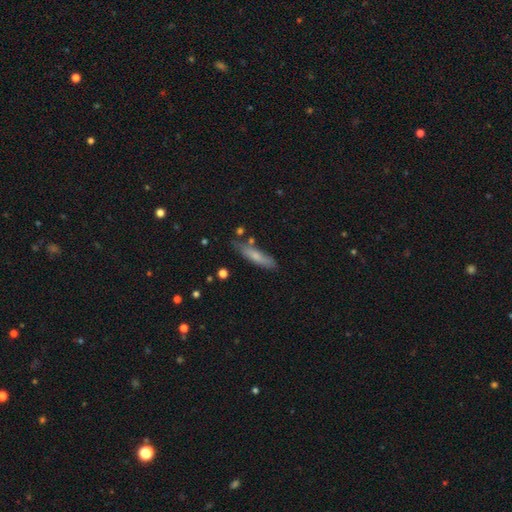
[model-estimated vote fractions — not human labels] smooth 68%, featured or disk 26%, star or artifact 7%. Down the decision tree: how rounded — cigar-shaped (80%); merging — none (74%).